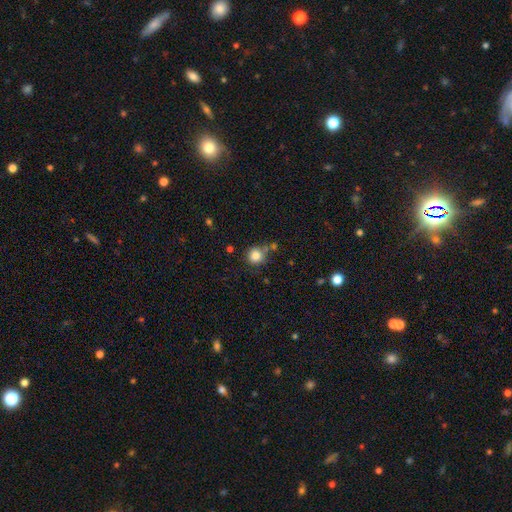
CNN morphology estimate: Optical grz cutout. It shows a smooth galaxy with no disk features (83%) that is round (92%). Merging: none (71%).